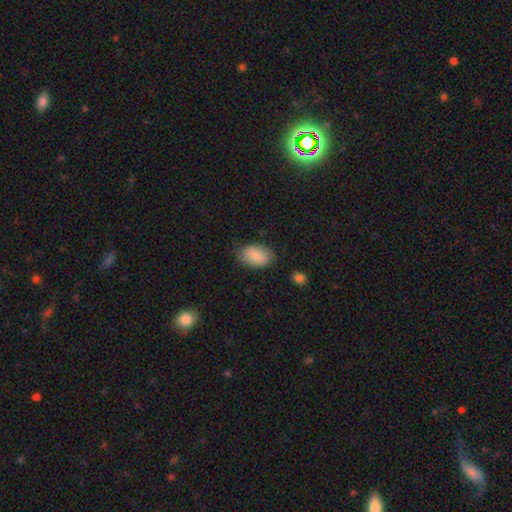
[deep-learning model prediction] Q: Smooth or featured?
A: smooth (85%); runner-up: featured or disk (9%)
Q: How rounded?
A: in between (91%); runner-up: round (7%)
Q: Merging?
A: none (73%); runner-up: minor disturbance (21%)